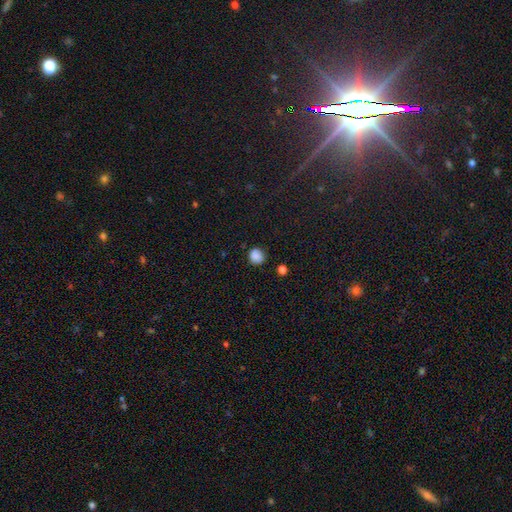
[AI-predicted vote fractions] Morphology: type=smooth (85%); roundness=round (80%); merging=none (78%).